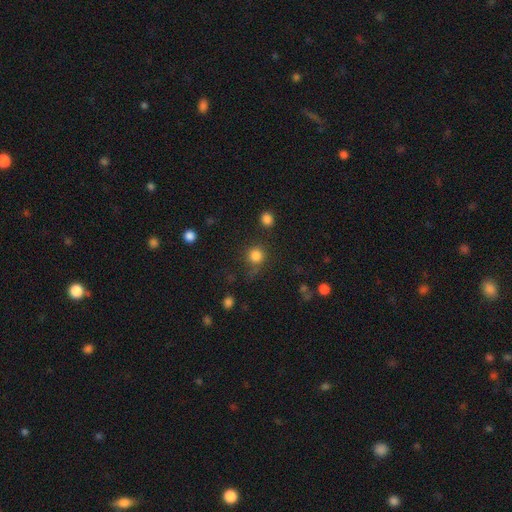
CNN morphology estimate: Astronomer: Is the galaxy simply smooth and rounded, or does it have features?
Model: smooth — 83%.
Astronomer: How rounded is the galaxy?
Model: round — 92%.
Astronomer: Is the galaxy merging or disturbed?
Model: none — 76%.